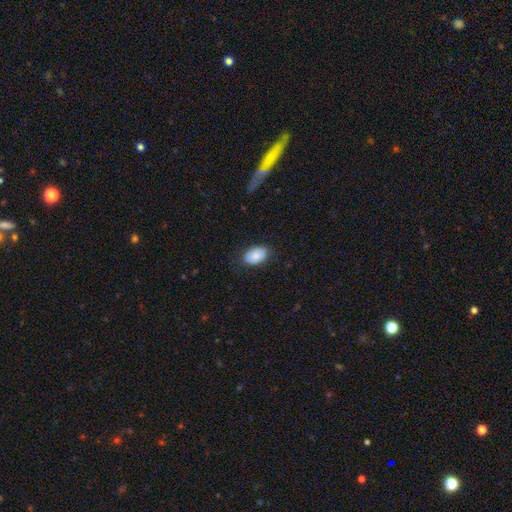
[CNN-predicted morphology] This appears to be a smooth galaxy with no disk features (82%) that is in between round and cigar-shaped (88%). Merging: none (81%).